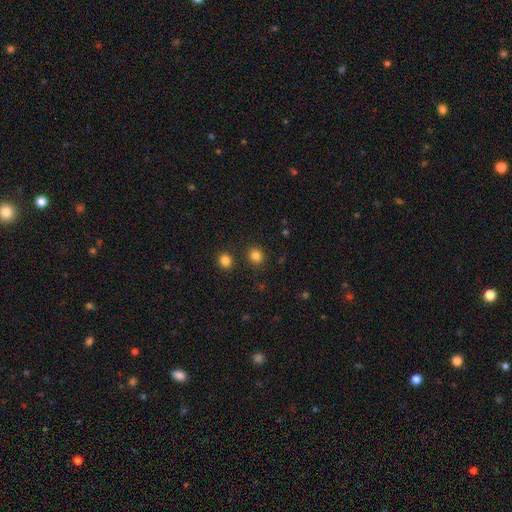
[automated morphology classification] Smooth or featured? smooth (83%)
How rounded? round (83%)
Merging? none (87%)